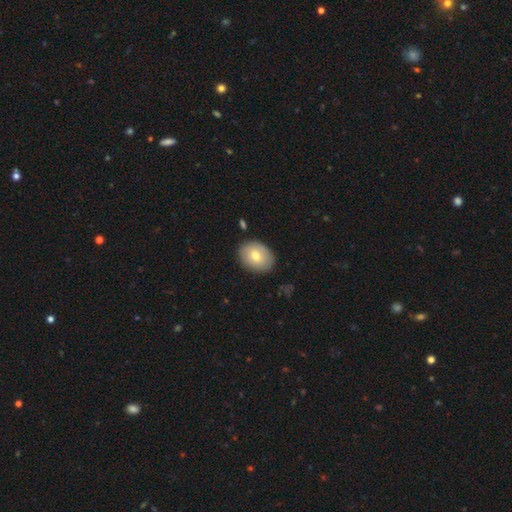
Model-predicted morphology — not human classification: smooth-or-featured: smooth: 73% | featured or disk: 20% | star or artifact: 7%
  how-rounded: in between: 66% | round: 33% | cigar-shaped: 1%
  merging: none: 84% | minor disturbance: 11% | major disturbance: 2% | merger: 2%